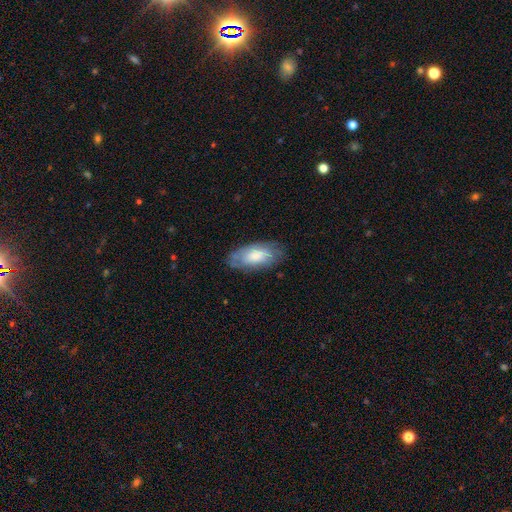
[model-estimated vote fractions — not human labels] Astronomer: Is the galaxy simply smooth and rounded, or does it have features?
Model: smooth — 60%.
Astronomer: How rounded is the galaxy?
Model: in between — 89%.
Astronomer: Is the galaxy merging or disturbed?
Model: none — 70%.